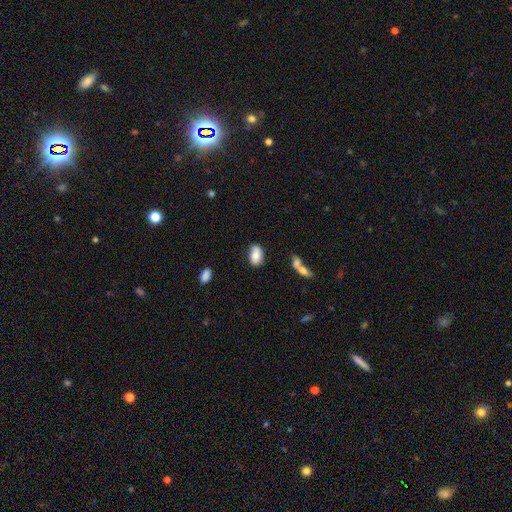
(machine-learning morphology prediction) Q: Smooth or featured?
A: smooth (75%); runner-up: featured or disk (17%)
Q: How rounded?
A: in between (89%); runner-up: round (9%)
Q: Merging?
A: none (69%); runner-up: minor disturbance (20%)